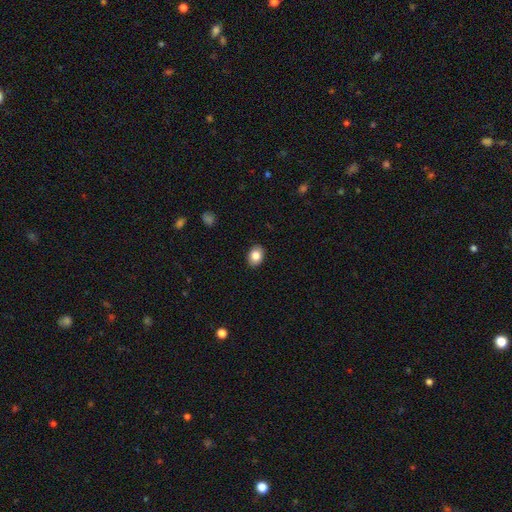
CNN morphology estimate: Smooth or featured: smooth — 84% (star or artifact — 8%)
How rounded: in between — 71% (round — 28%)
Merging: none — 89% (minor disturbance — 8%)